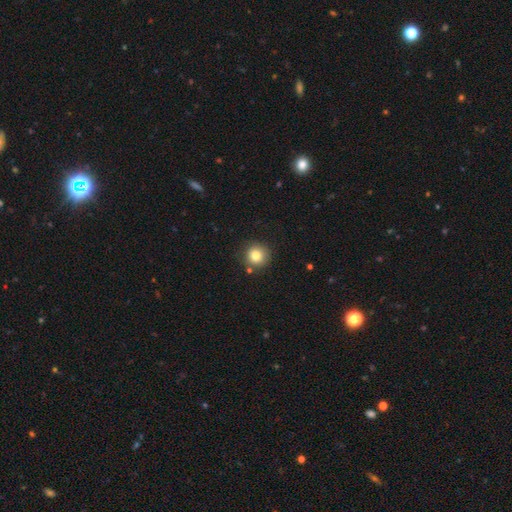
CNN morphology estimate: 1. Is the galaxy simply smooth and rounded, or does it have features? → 80% smooth, 11% star or artifact, 8% featured or disk.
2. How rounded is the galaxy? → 94% round, 5% in between, 1% cigar-shaped.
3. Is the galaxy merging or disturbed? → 84% none, 9% minor disturbance, 4% merger, 3% major disturbance.